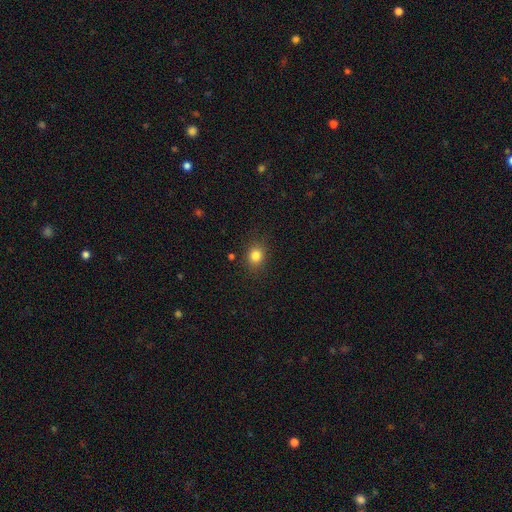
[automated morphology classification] A smooth galaxy with no disk features (82%) that is round (63%).

Vote fractions:
- Smooth or featured? smooth: 82% / star or artifact: 12% / featured or disk: 6%
- How rounded? round: 63% / in between: 36% / cigar-shaped: 1%
- Merging? none: 86% / minor disturbance: 10% / major disturbance: 3% / merger: 2%